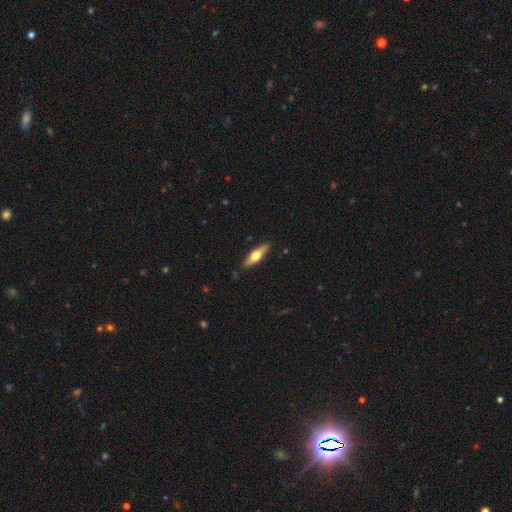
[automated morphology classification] featured or disk 60%, smooth 35%, star or artifact 5%. Down the decision tree: edge-on disk — yes (94%); edge-on bulge — rounded (95%); merging — none (87%).